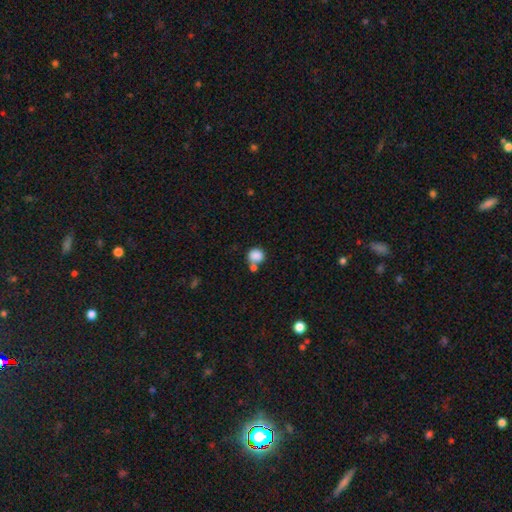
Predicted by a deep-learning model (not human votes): This is clearly a smooth galaxy (85%). How rounded: likely round (79%). Merging: possibly none (51%).